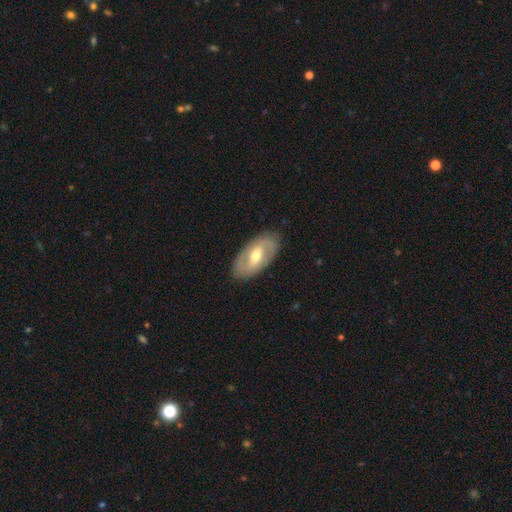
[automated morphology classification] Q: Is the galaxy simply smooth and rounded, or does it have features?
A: featured or disk — 67%.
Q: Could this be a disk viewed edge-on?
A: no — 91%.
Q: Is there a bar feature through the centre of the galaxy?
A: weak — 44%.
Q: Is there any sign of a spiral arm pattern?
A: yes — 63%.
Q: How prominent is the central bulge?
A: moderate — 70%.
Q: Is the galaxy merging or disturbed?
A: none — 86%.